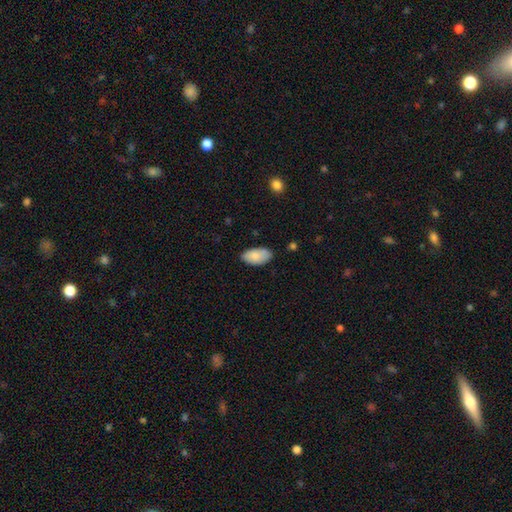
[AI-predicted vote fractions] Morphology: type=smooth (83%); roundness=in between (95%); merging=none (77%).